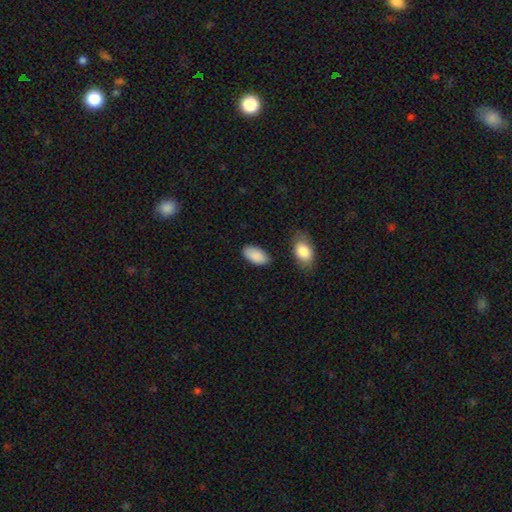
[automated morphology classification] type=smooth (90%); roundness=in between (95%); merging=none (82%).